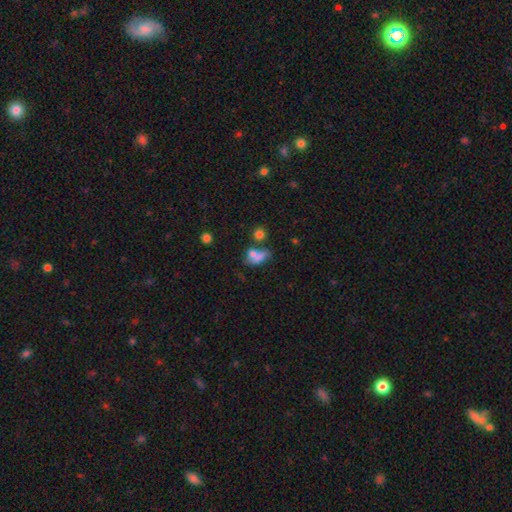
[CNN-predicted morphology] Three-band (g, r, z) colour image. It shows a smooth galaxy with no disk features (66%) that is in between round and cigar-shaped (67%). Merging: merger (42%).